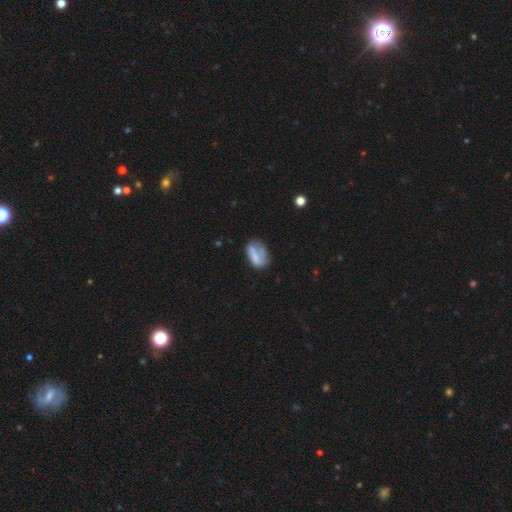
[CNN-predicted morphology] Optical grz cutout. It shows a smooth galaxy with no disk features (58%) that is in between round and cigar-shaped (81%). Merging: none (44%).